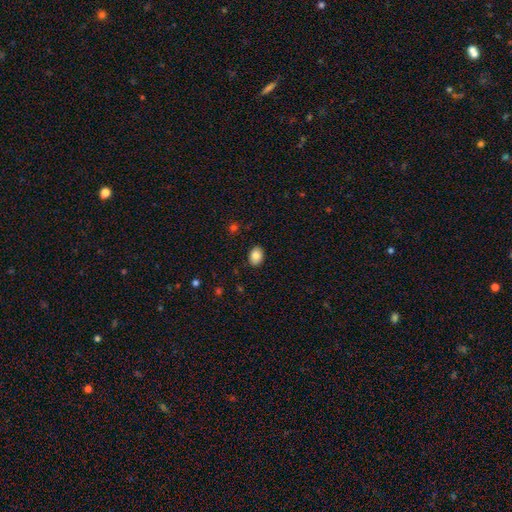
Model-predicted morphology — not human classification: A smooth galaxy with no disk features (85%) that is in between round and cigar-shaped (72%).

Vote fractions:
- Smooth or featured? smooth: 85% / star or artifact: 8% / featured or disk: 7%
- How rounded? in between: 72% / round: 27% / cigar-shaped: 1%
- Merging? none: 89% / minor disturbance: 8% / major disturbance: 2% / merger: 1%